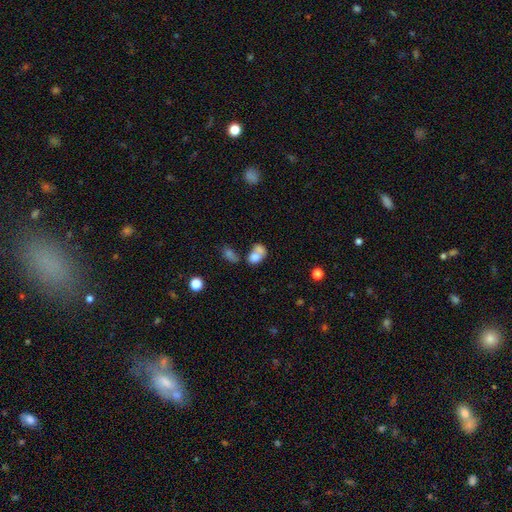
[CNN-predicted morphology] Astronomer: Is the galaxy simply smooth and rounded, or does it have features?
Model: smooth — 74%.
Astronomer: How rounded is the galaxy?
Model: in between — 71%.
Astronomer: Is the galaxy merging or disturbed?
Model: merger — 62%.